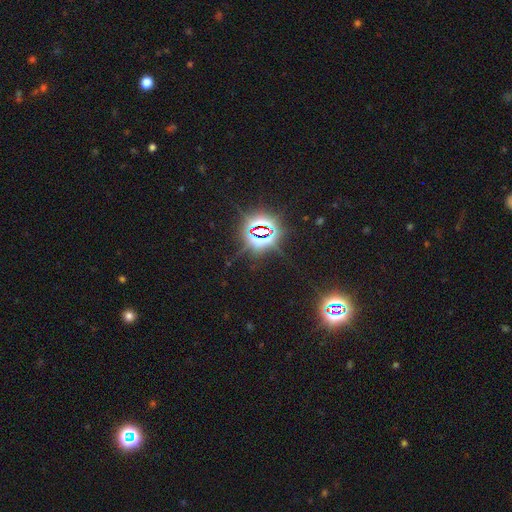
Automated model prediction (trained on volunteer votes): Smooth or featured: star or artifact — 82% (smooth — 11%)